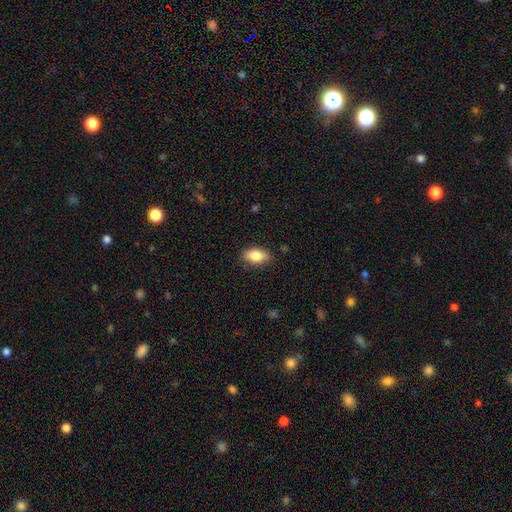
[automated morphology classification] Overall: smooth (84%). How rounded: in between (90%). Merging: none (84%).